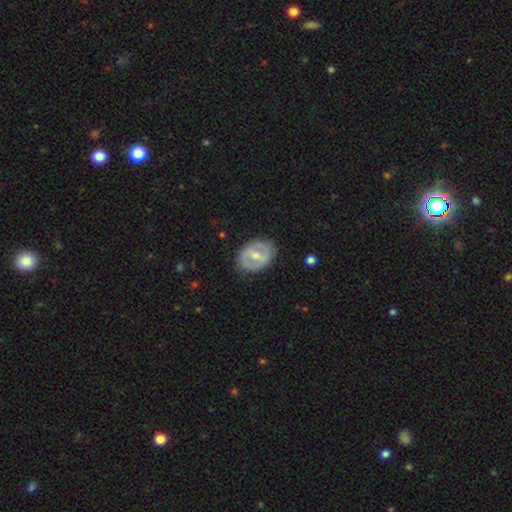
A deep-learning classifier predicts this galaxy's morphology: Q: Smooth or featured?
A: featured or disk (66%); runner-up: smooth (29%)
Q: Edge-on disk?
A: no (95%); runner-up: yes (5%)
Q: Bar?
A: strong (46%); runner-up: weak (40%)
Q: Spiral arms?
A: no (56%); runner-up: yes (44%)
Q: Bulge size?
A: moderate (51%); runner-up: small (44%)
Q: Merging?
A: none (81%); runner-up: minor disturbance (14%)